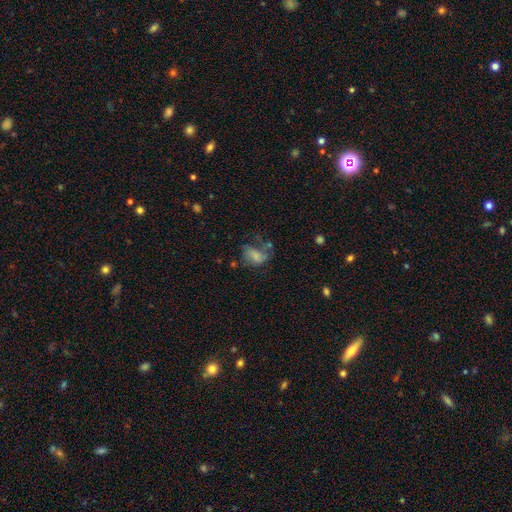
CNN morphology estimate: A smooth galaxy with no disk features (64%) that is in between round and cigar-shaped (80%).

Vote fractions:
- Smooth or featured? smooth: 64% / featured or disk: 25% / star or artifact: 12%
- How rounded? in between: 80% / round: 17% / cigar-shaped: 2%
- Merging? major disturbance: 34% / none: 30% / minor disturbance: 25% / merger: 11%